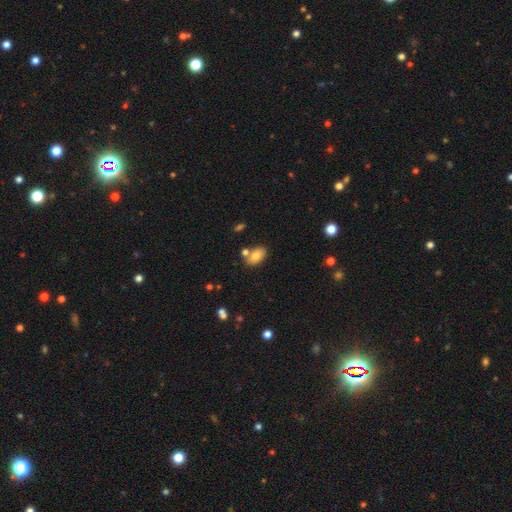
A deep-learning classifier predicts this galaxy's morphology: A smooth galaxy with no disk features (77%) that is in between round and cigar-shaped (90%).

Vote fractions:
- Smooth or featured? smooth: 77% / featured or disk: 15% / star or artifact: 9%
- How rounded? in between: 90% / round: 8% / cigar-shaped: 2%
- Merging? none: 68% / merger: 16% / minor disturbance: 13% / major disturbance: 3%